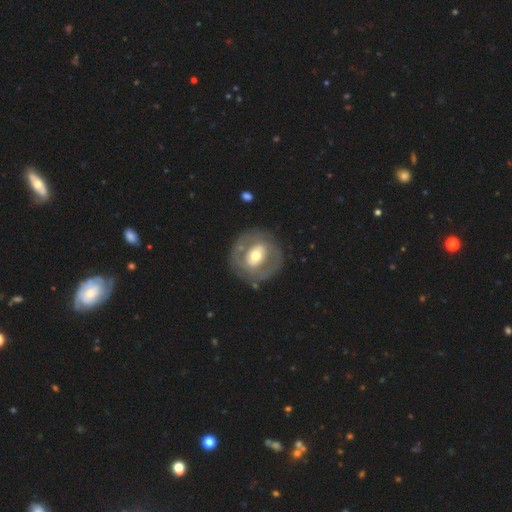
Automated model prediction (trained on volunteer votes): Smooth or featured?
  - featured or disk: 65% *
  - smooth: 30%
  - star or artifact: 5%
Edge-on disk?
  - no: 96% *
  - yes: 4%
Bar?
  - no: 50% *
  - weak: 30%
  - strong: 19%
Spiral arms?
  - no: 60% *
  - yes: 40%
Bulge size?
  - moderate: 67% *
  - large: 20%
  - small: 10%
  - dominant: 1%
  - none: 1%
Merging?
  - none: 79% *
  - minor disturbance: 13%
  - major disturbance: 7%
  - merger: 2%